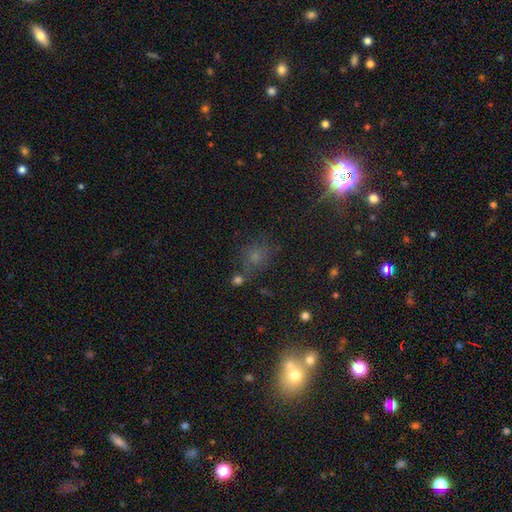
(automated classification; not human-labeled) Overall: smooth (52%; star or artifact 36%). How rounded: round (72%). Merging: none (62%).